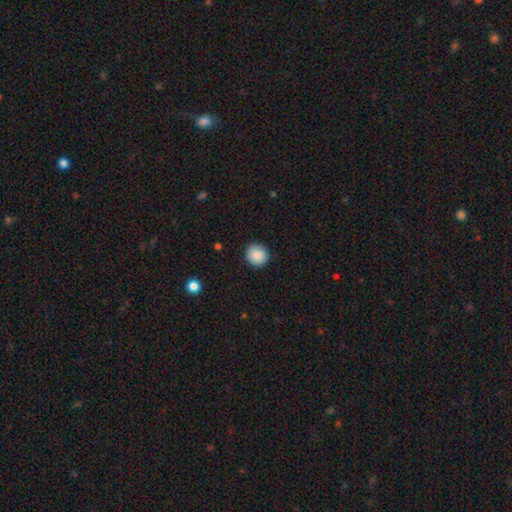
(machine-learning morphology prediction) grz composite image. It shows a smooth galaxy with no disk features (89%) that is round (89%). Merging: none (91%).